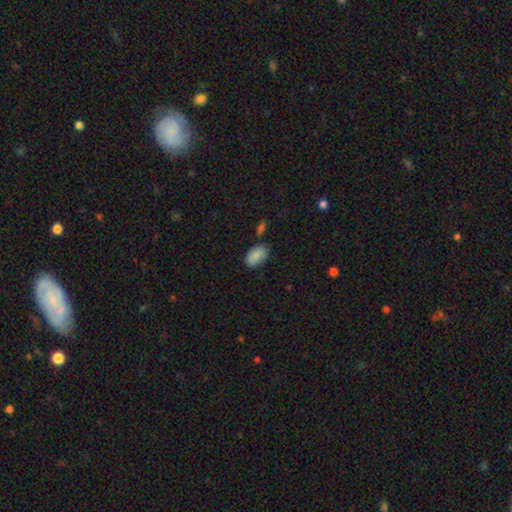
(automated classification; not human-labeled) Smooth or featured? Predicted: smooth (p=0.84). How rounded? Predicted: in between (p=0.92). Merging? Predicted: none (p=0.69).